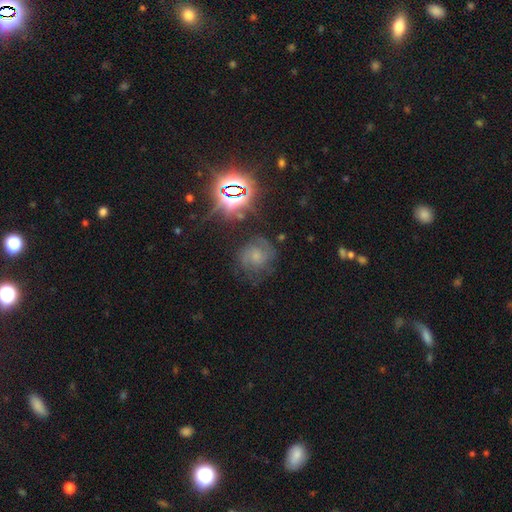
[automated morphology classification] Smooth or featured? featured or disk (46%)
Merging? none (64%)